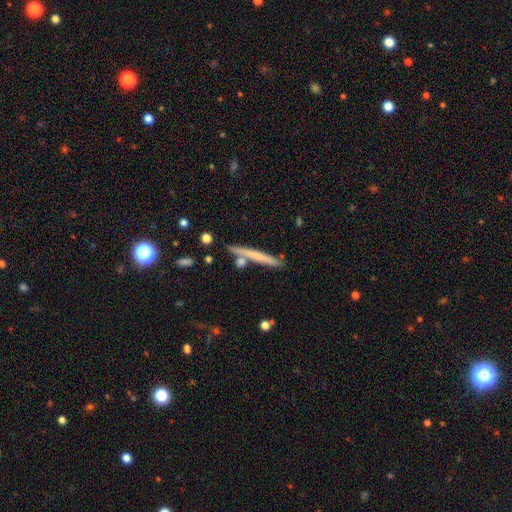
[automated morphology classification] Smooth or featured? Predicted: smooth (p=0.55). How rounded? Predicted: cigar-shaped (p=0.95). Merging? Predicted: none (p=0.77).